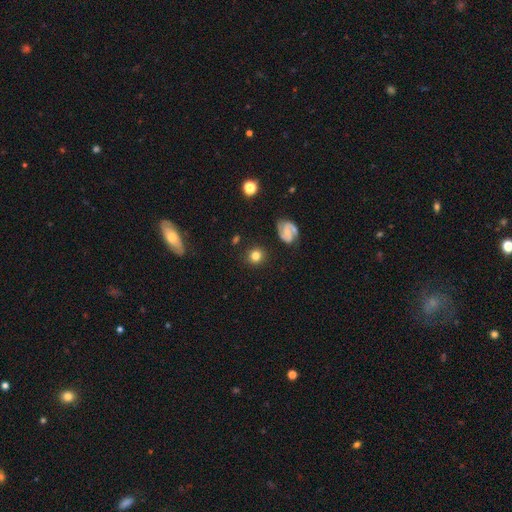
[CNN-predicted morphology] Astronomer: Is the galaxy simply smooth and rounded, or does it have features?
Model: smooth — 74%.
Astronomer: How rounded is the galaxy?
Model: round — 90%.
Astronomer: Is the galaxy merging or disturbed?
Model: none — 85%.